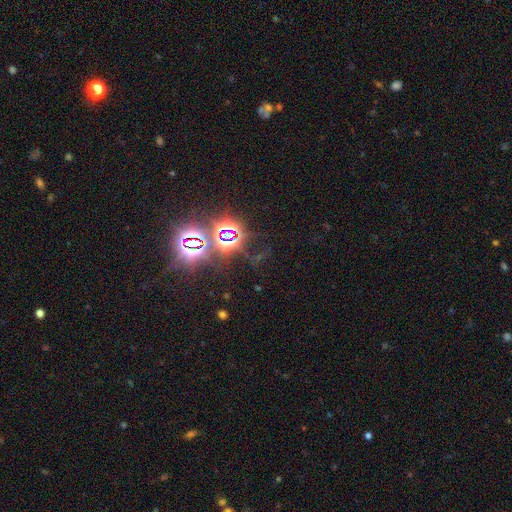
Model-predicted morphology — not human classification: A star or artifact, not a galaxy (76%).